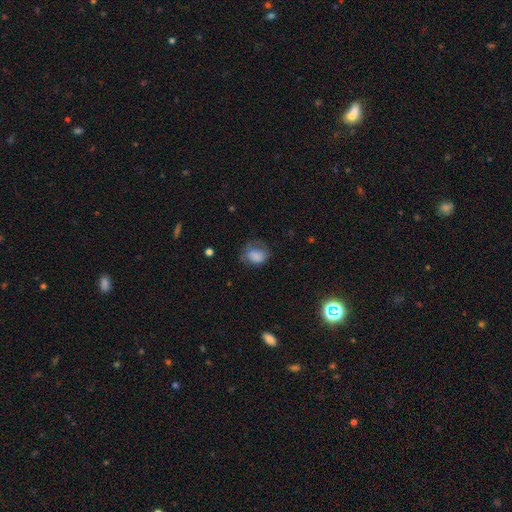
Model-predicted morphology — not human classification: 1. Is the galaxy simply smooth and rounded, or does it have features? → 74% smooth, 16% featured or disk, 10% star or artifact.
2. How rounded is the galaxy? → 55% in between, 44% round, 1% cigar-shaped.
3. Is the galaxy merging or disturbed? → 38% none, 31% minor disturbance, 30% major disturbance, 2% merger.